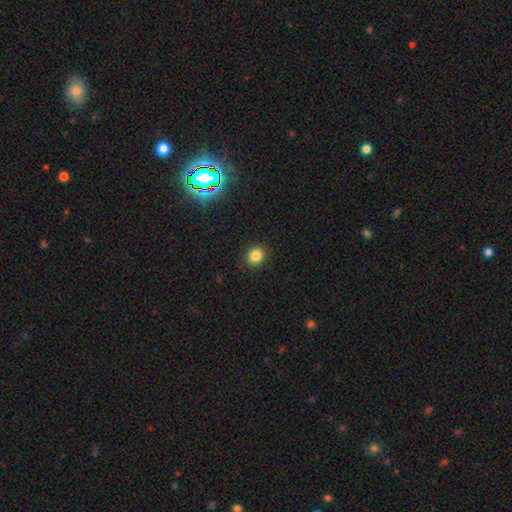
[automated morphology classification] Q: Smooth or featured?
A: smooth (82%); runner-up: star or artifact (13%)
Q: How rounded?
A: round (79%); runner-up: in between (20%)
Q: Merging?
A: none (90%); runner-up: minor disturbance (7%)